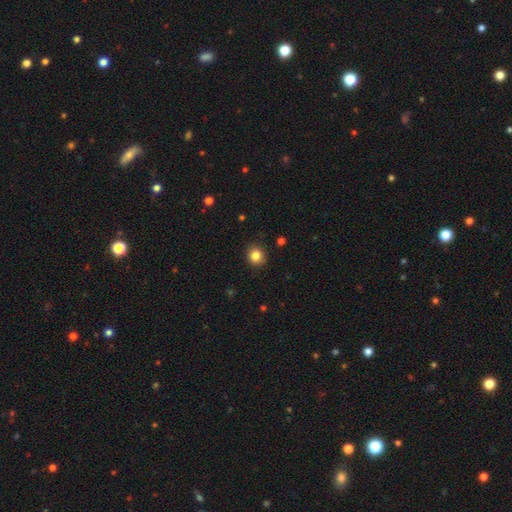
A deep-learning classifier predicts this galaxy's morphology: This is clearly a smooth galaxy (85%). How rounded: likely round (80%). Merging: clearly none (88%).